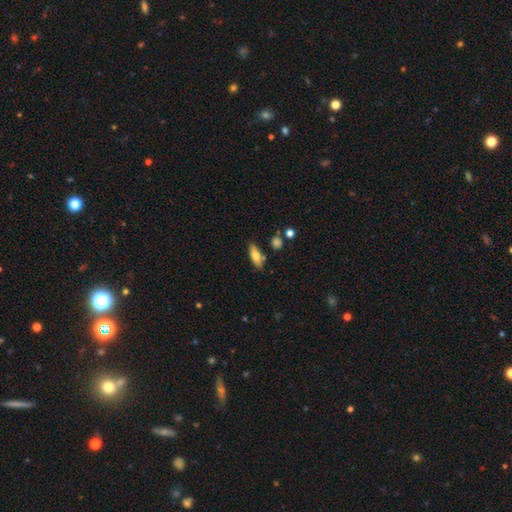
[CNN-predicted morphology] The model was most divided on "how rounded": in between: 67%, cigar-shaped: 30%, round: 3%. More confident: merging — none (77%); smooth or featured — smooth (71%).